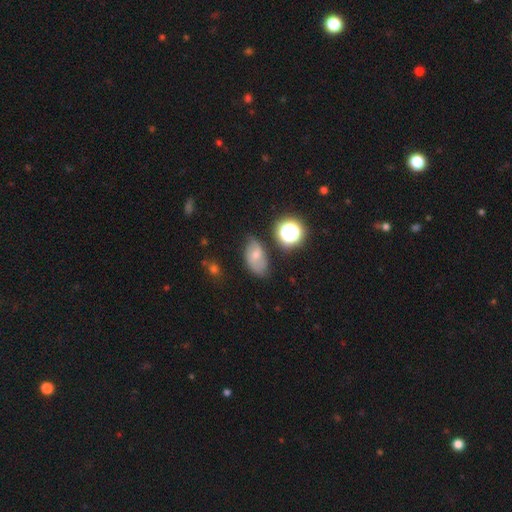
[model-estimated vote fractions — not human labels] smooth_or_featured: smooth (p=0.53) [alt: featured or disk p=0.32]
how_rounded: in between (p=0.85) [alt: round p=0.13]
merging: none (p=0.56) [alt: minor disturbance p=0.31]